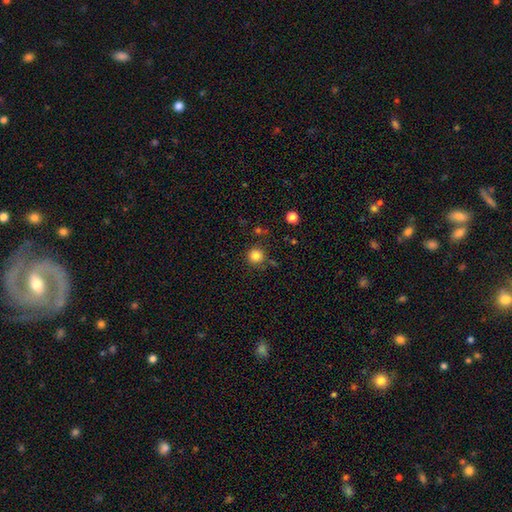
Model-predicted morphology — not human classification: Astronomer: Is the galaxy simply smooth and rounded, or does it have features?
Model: smooth — 84%.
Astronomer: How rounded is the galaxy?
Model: round — 95%.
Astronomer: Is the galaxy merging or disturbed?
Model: none — 84%.